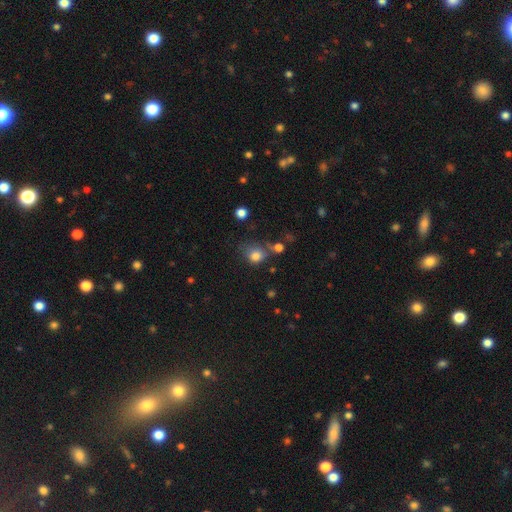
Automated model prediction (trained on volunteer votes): Smooth or featured? Predicted: smooth (p=0.81). How rounded? Predicted: round (p=0.70). Merging? Predicted: none (p=0.50).